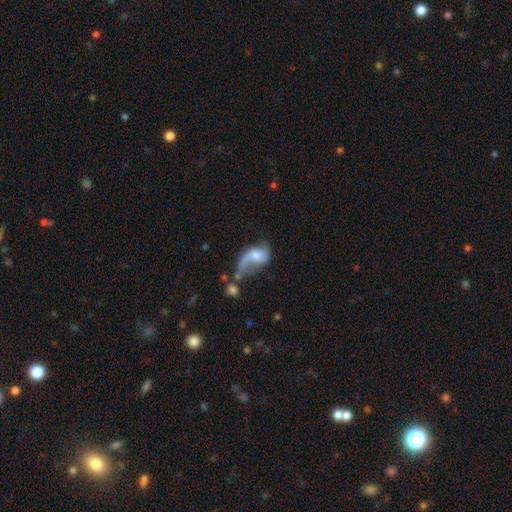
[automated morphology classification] featured or disk 57%, smooth 35%, star or artifact 8%. Down the decision tree: edge-on disk — no (95%); bar — no (67%); spiral arms — yes (76%); bulge size — moderate (54%); merging — major disturbance (43%).